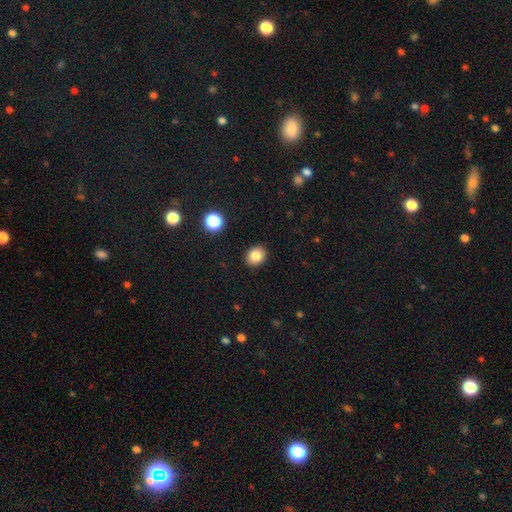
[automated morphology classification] A smooth galaxy with no disk features (84%) that is round (51%). Merging: none (90%).